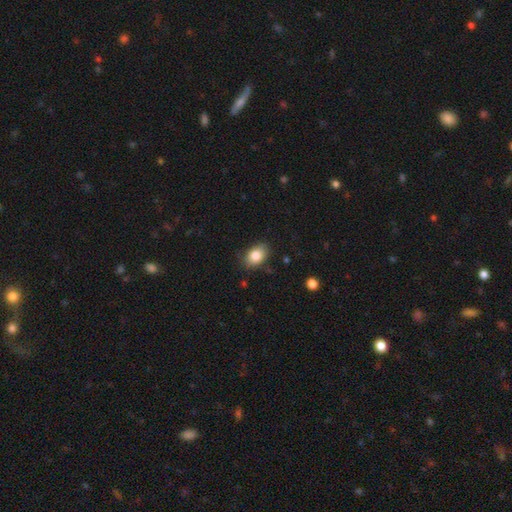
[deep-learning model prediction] smooth 83%, featured or disk 9%, star or artifact 8%. Down the decision tree: how rounded — in between (80%); merging — none (80%).